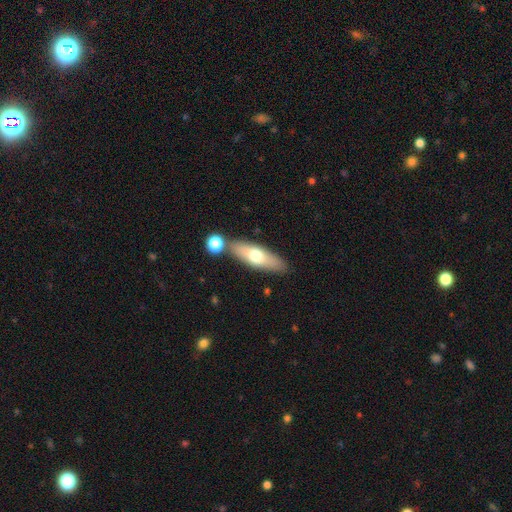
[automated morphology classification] A smooth galaxy with no disk features (62%) that is cigar-shaped (50%). Merging: none (75%).